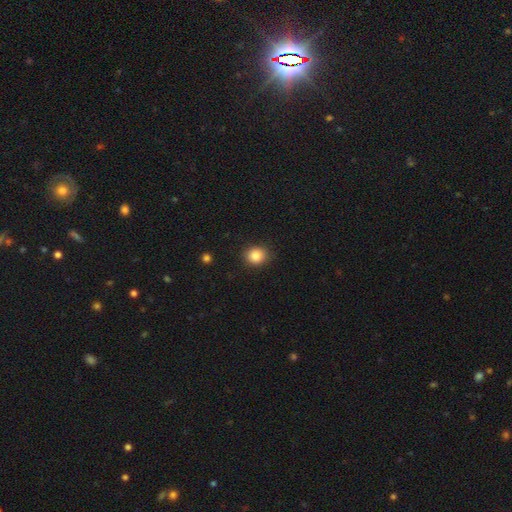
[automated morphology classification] Q: Smooth or featured?
A: smooth (86%); runner-up: star or artifact (10%)
Q: How rounded?
A: round (78%); runner-up: in between (21%)
Q: Merging?
A: none (88%); runner-up: minor disturbance (8%)